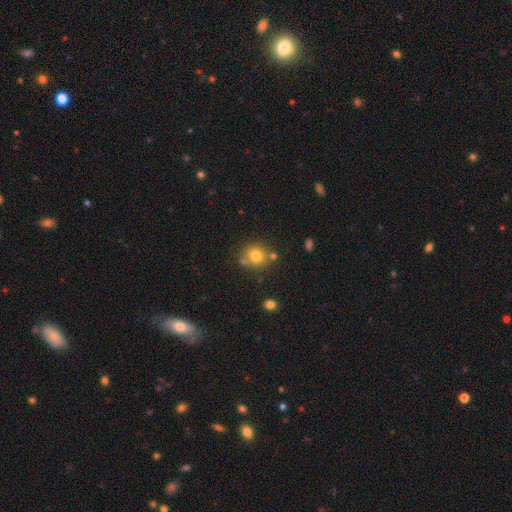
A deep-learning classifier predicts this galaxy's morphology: smooth-or-featured: smooth: 76% | star or artifact: 13% | featured or disk: 11%
  how-rounded: round: 86% | in between: 13% | cigar-shaped: 1%
  merging: none: 70% | merger: 15% | minor disturbance: 12% | major disturbance: 4%